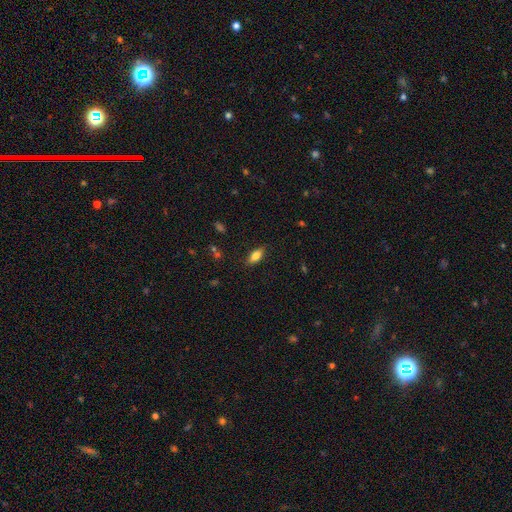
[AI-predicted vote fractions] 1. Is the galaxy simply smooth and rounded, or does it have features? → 76% smooth, 15% featured or disk, 8% star or artifact.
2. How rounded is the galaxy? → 82% in between, 15% cigar-shaped, 3% round.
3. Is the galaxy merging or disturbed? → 84% none, 12% minor disturbance, 3% major disturbance, 1% merger.